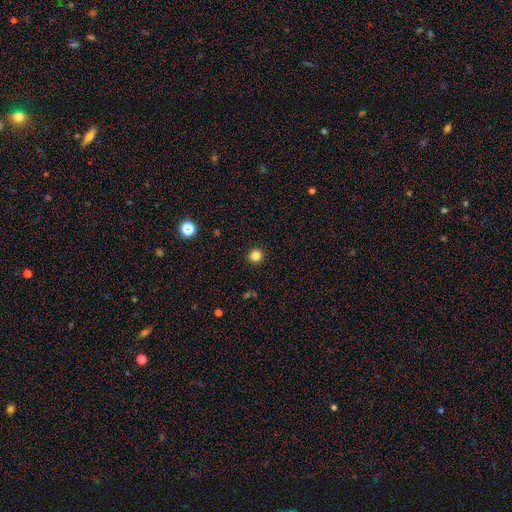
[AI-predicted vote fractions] smooth-or-featured: smooth: 84% | star or artifact: 12% | featured or disk: 4%
  how-rounded: round: 94% | in between: 5% | cigar-shaped: 1%
  merging: none: 93% | minor disturbance: 4% | major disturbance: 2% | merger: 1%